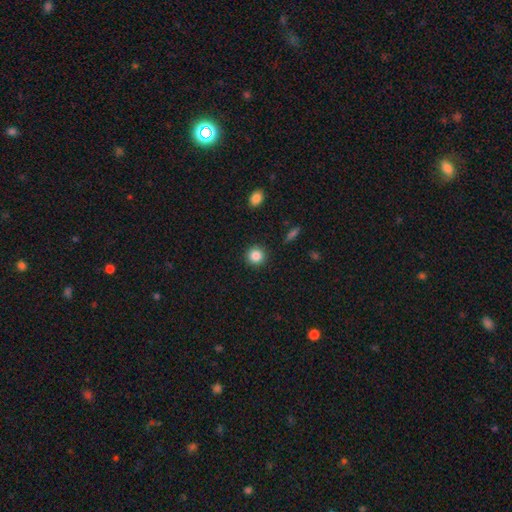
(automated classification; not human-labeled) This appears to be a smooth galaxy with no disk features (85%) that is round (94%). Merging: none (91%).